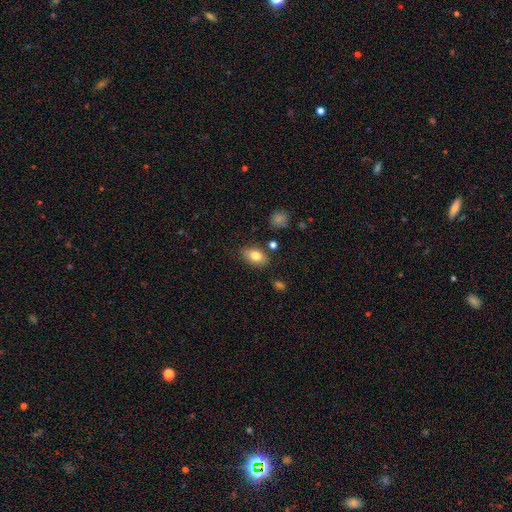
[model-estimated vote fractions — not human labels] The model was most divided on "merging": none: 80%, minor disturbance: 14%, merger: 4%, major disturbance: 3%. More confident: how rounded — in between (88%); smooth or featured — smooth (80%).